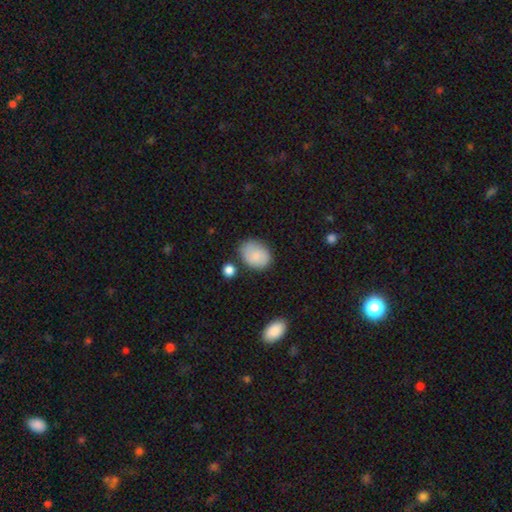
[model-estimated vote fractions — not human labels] Q: Smooth or featured?
A: smooth (76%); runner-up: featured or disk (16%)
Q: How rounded?
A: in between (61%); runner-up: round (38%)
Q: Merging?
A: none (73%); runner-up: minor disturbance (18%)